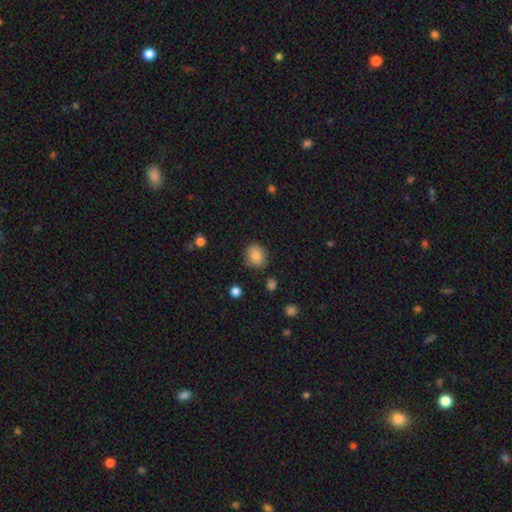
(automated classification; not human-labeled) Smooth or featured?
  - smooth: 86% *
  - star or artifact: 9%
  - featured or disk: 5%
How rounded?
  - round: 56% *
  - in between: 43%
  - cigar-shaped: 1%
Merging?
  - none: 81% *
  - minor disturbance: 14%
  - major disturbance: 3%
  - merger: 2%